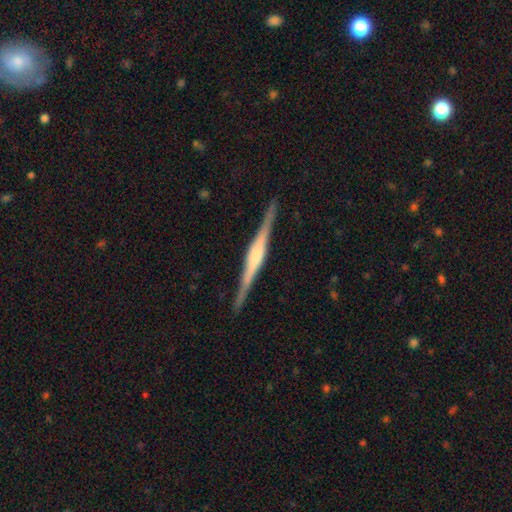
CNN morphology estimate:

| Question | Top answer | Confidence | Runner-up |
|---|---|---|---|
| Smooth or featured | featured or disk | 81% | smooth (13%) |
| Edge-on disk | yes | 98% | no (2%) |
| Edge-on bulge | rounded | 57% | boxy (34%) |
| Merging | none | 90% | minor disturbance (7%) |